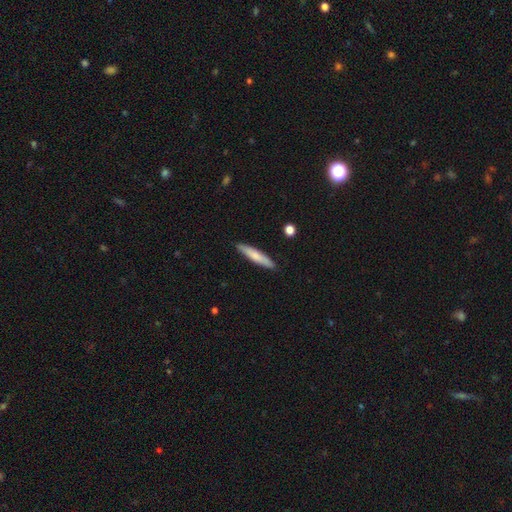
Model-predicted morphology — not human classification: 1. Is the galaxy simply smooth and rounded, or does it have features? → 70% smooth, 25% featured or disk, 5% star or artifact.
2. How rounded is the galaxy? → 90% cigar-shaped, 9% in between, 1% round.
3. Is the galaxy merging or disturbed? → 90% none, 8% minor disturbance, 1% major disturbance, 1% merger.